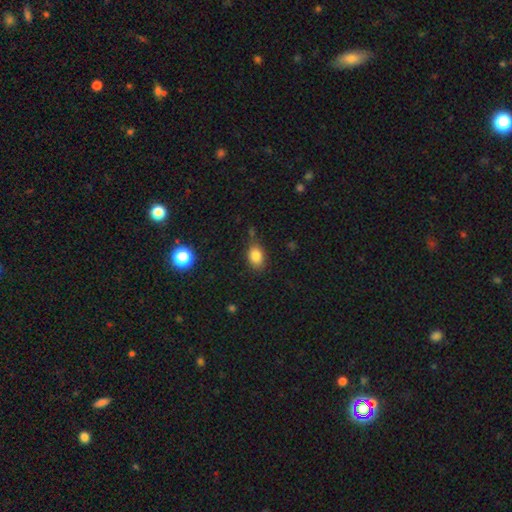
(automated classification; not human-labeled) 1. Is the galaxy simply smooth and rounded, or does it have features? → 83% smooth, 10% star or artifact, 7% featured or disk.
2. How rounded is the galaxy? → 77% in between, 21% round, 2% cigar-shaped.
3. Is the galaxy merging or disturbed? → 75% none, 17% minor disturbance, 4% merger, 4% major disturbance.